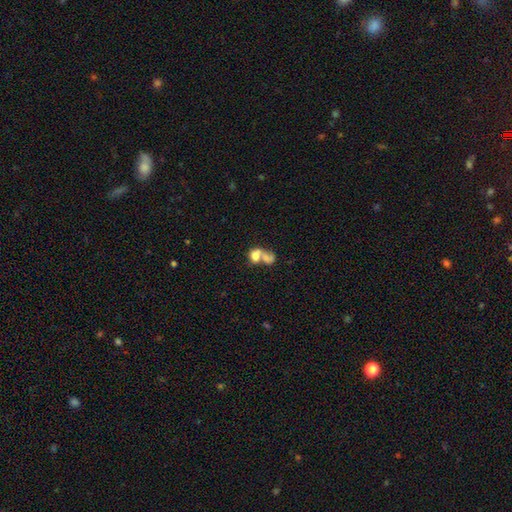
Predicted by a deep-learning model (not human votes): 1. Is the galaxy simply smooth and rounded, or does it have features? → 60% smooth, 29% featured or disk, 11% star or artifact.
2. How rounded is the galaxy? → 61% in between, 37% round, 2% cigar-shaped.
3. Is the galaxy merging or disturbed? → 71% merger, 14% none, 9% major disturbance, 6% minor disturbance.